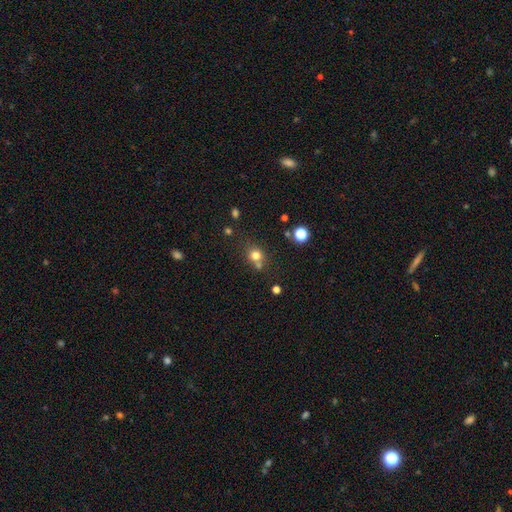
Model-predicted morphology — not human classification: This is likely a smooth galaxy (76%). How rounded: clearly round (80%). Merging: possibly none (60%).